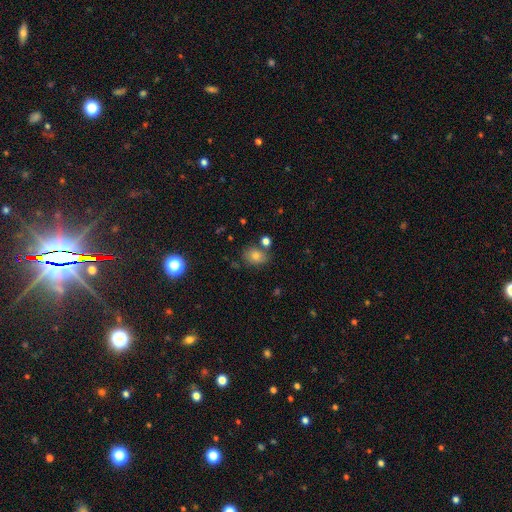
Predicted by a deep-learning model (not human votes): Smooth or featured: smooth — 77% (star or artifact — 12%)
How rounded: in between — 57% (round — 42%)
Merging: none — 70% (minor disturbance — 15%)